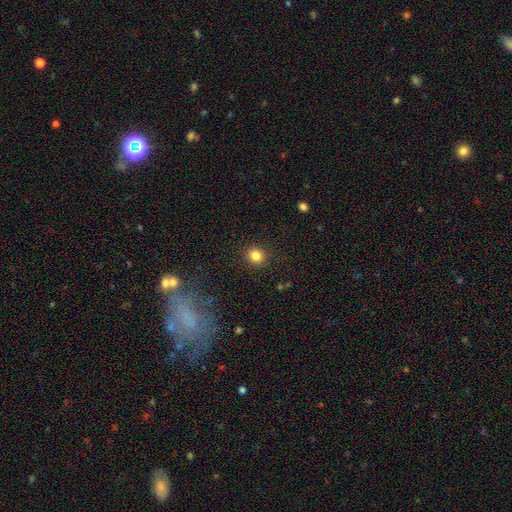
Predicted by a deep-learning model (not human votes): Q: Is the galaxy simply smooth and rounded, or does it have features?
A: smooth — 83%.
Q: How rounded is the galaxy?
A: round — 85%.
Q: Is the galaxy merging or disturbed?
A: none — 91%.